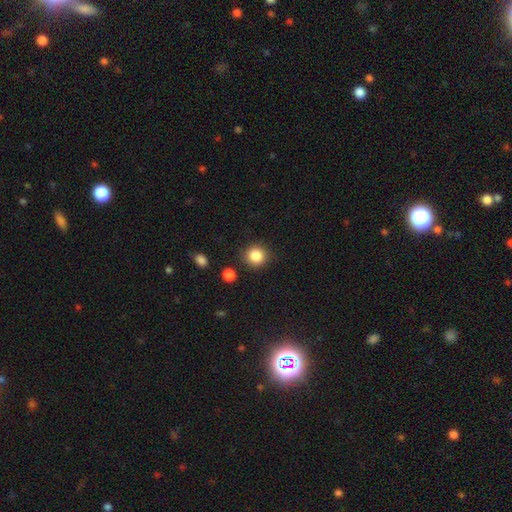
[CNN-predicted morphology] The model was most divided on "smooth or featured": smooth: 85%, star or artifact: 10%, featured or disk: 4%. More confident: how rounded — round (90%); merging — none (88%).